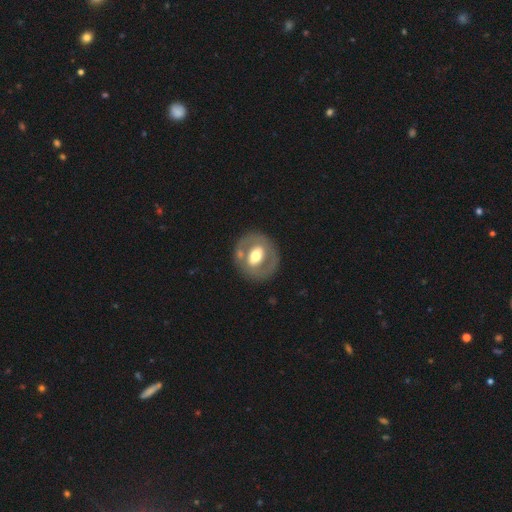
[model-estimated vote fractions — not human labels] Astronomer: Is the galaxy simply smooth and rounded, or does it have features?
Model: featured or disk — 57% (runner-up: smooth, 38%).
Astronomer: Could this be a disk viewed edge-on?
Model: no — 94%.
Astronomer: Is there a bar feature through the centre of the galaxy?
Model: no — 43% (runner-up: weak, 30%).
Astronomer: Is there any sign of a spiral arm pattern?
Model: no — 82%.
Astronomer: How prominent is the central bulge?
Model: moderate — 59%.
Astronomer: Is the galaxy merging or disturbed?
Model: none — 74%.